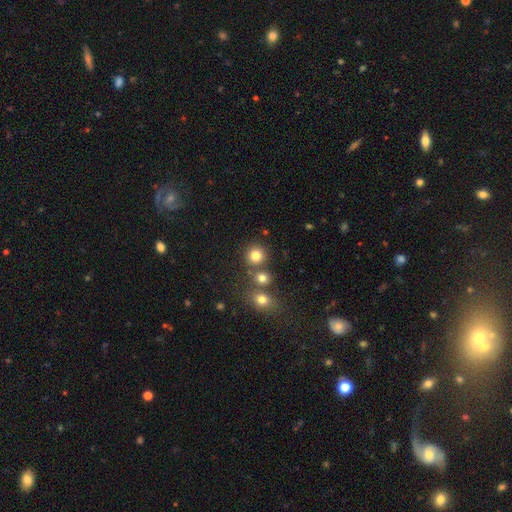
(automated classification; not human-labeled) smooth-or-featured: smooth: 80% | star or artifact: 14% | featured or disk: 7%
  how-rounded: round: 89% | in between: 10% | cigar-shaped: 1%
  merging: none: 75% | merger: 14% | minor disturbance: 8% | major disturbance: 3%